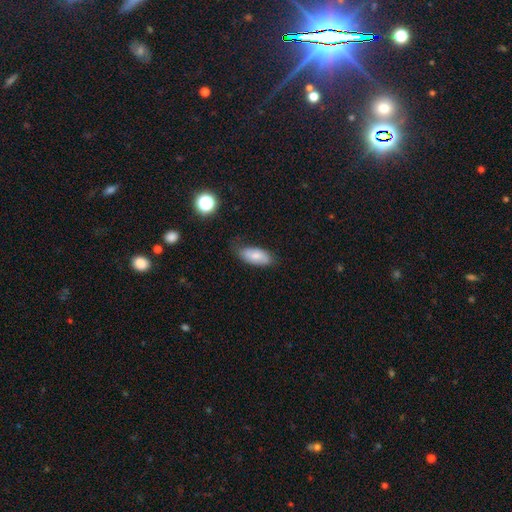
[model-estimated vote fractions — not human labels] smooth 74%, featured or disk 19%, star or artifact 7%. Down the decision tree: how rounded — in between (90%); merging — none (71%).